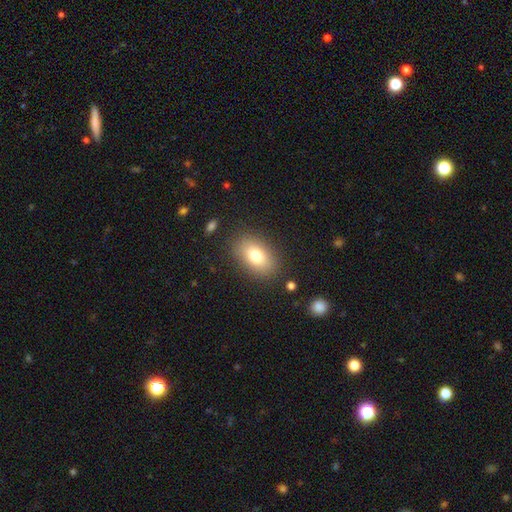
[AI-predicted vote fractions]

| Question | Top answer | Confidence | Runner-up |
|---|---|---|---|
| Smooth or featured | smooth | 78% | featured or disk (13%) |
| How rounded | in between | 84% | round (15%) |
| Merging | none | 85% | minor disturbance (10%) |